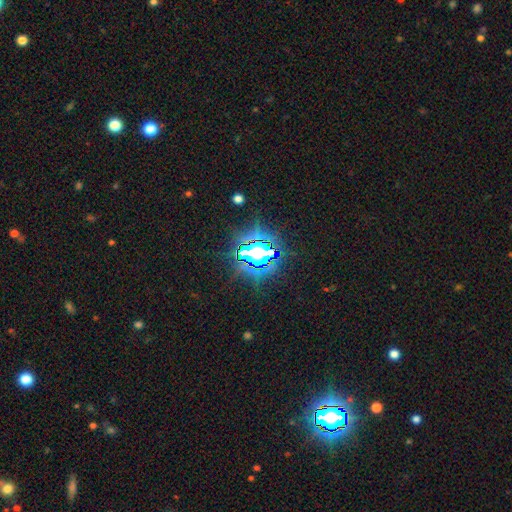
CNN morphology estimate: Smooth or featured?
  - star or artifact: 82% *
  - smooth: 10%
  - featured or disk: 8%